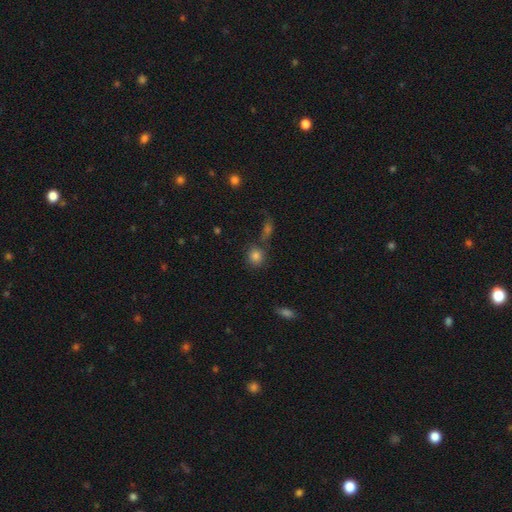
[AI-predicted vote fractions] Smooth or featured?
  - smooth: 82% *
  - star or artifact: 11%
  - featured or disk: 7%
How rounded?
  - round: 77% *
  - in between: 22%
  - cigar-shaped: 2%
Merging?
  - none: 65% *
  - merger: 19%
  - minor disturbance: 11%
  - major disturbance: 5%